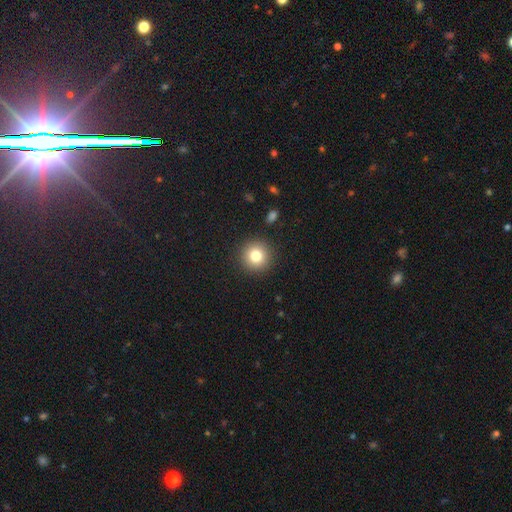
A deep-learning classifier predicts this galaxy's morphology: Q: Smooth or featured?
A: smooth (81%); runner-up: star or artifact (11%)
Q: How rounded?
A: round (94%); runner-up: in between (5%)
Q: Merging?
A: none (91%); runner-up: minor disturbance (6%)